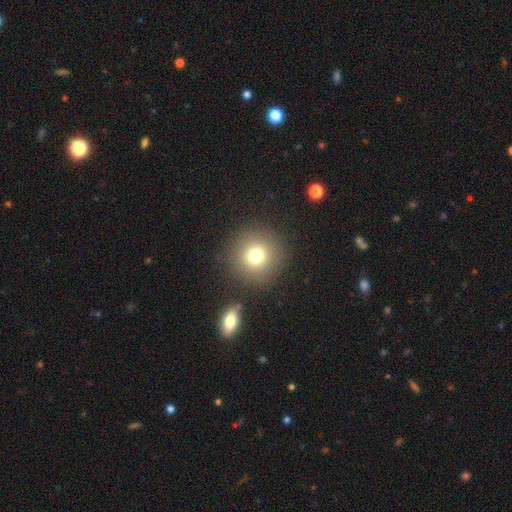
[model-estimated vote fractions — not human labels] Smooth or featured? smooth (76%)
How rounded? round (95%)
Merging? none (86%)